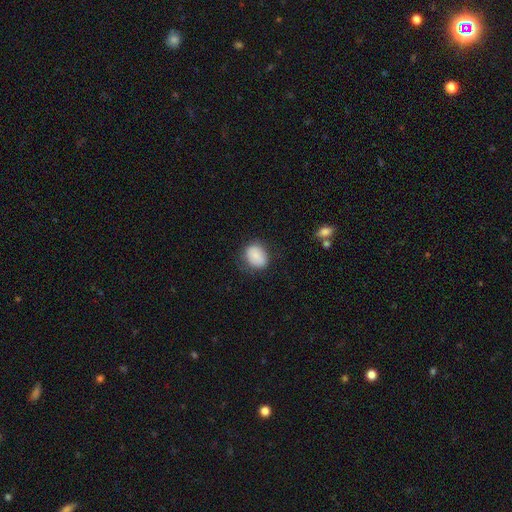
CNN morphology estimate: smooth_or_featured: smooth (p=0.83) [alt: featured or disk p=0.09]
how_rounded: in between (p=0.51) [alt: round p=0.48]
merging: none (p=0.70) [alt: minor disturbance p=0.21]